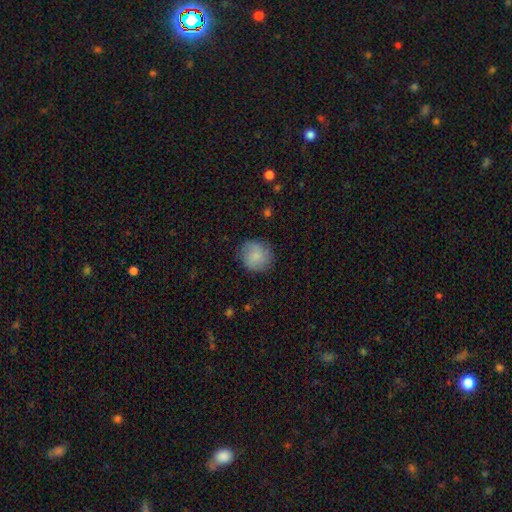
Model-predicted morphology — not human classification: A smooth galaxy with no disk features (81%) that is round (87%). Merging: none (81%).